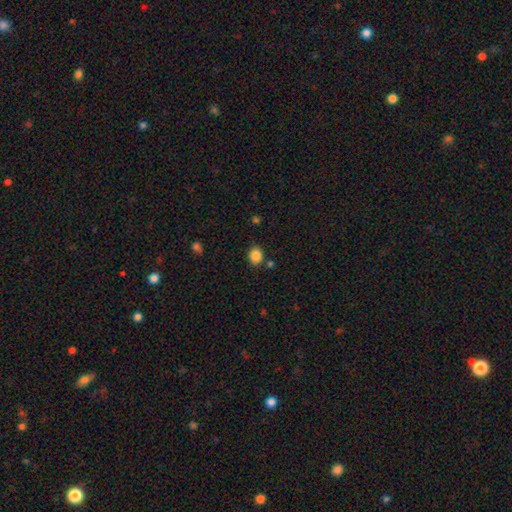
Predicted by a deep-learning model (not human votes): A smooth galaxy with no disk features (86%) that is round (65%).

Vote fractions:
- Smooth or featured? smooth: 86% / star or artifact: 10% / featured or disk: 4%
- How rounded? round: 65% / in between: 34% / cigar-shaped: 1%
- Merging? none: 82% / minor disturbance: 10% / merger: 5% / major disturbance: 3%